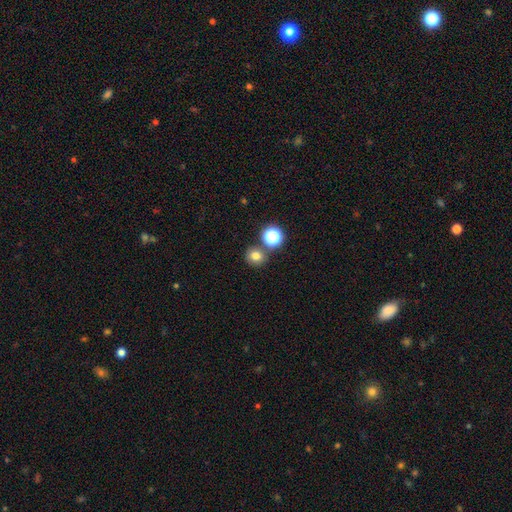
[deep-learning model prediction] Morphology: type=smooth (74%); roundness=round (84%); merging=none (75%).